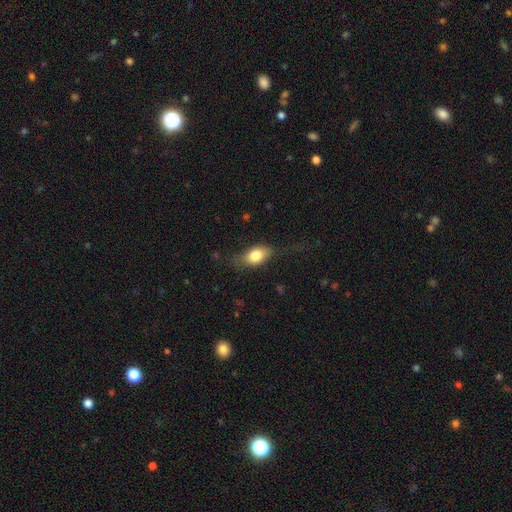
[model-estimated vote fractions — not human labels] This appears to be a smooth galaxy with no disk features (74%) that is in between round and cigar-shaped (82%). Merging: none (65%).